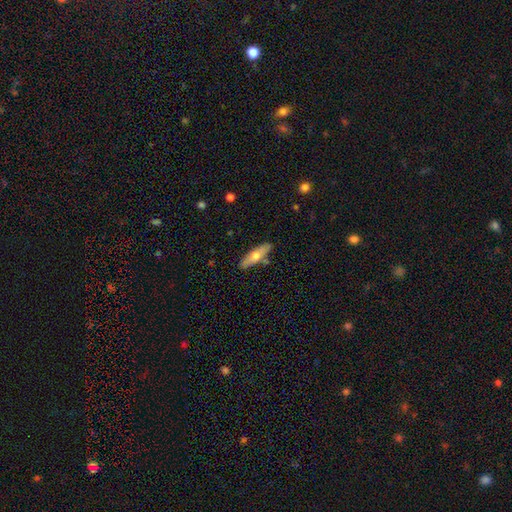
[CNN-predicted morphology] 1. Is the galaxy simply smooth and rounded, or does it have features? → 60% smooth, 34% featured or disk, 6% star or artifact.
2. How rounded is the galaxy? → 57% cigar-shaped, 41% in between, 2% round.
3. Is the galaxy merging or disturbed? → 82% none, 11% minor disturbance, 5% merger, 2% major disturbance.